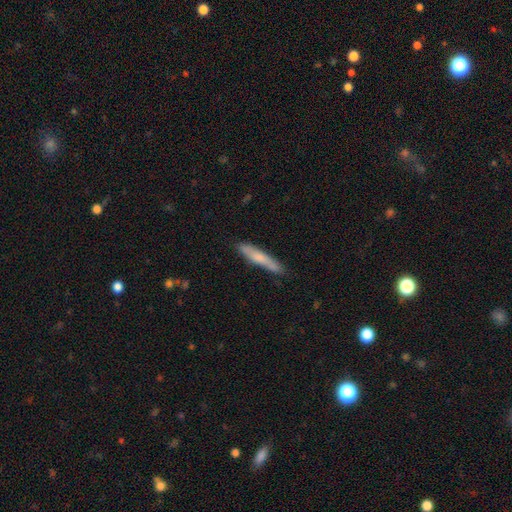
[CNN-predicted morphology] Overall: smooth (61%; featured or disk 33%). How rounded: cigar-shaped (93%). Merging: none (85%).